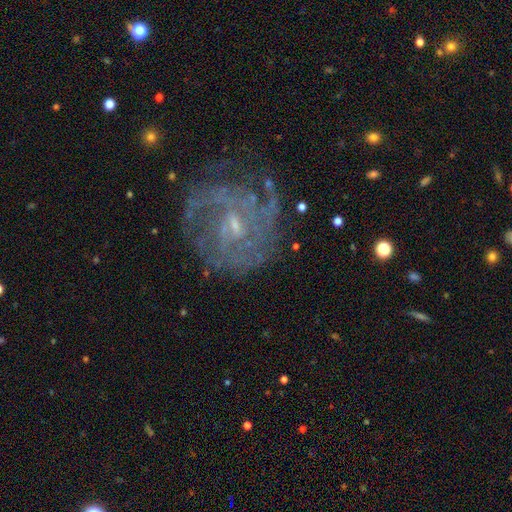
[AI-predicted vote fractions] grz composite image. It shows a featured or disk galaxy (79%) with a weak bar (48%), tight (53%) spiral arms (90%) and a small central bulge (67%). Merging: none (71%).